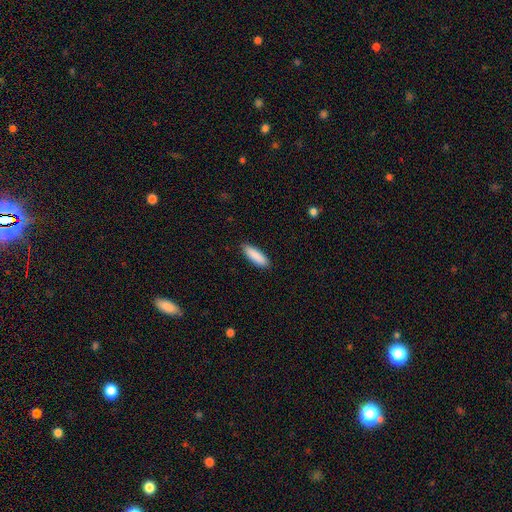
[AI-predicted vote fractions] Morphology: type=smooth (89%); roundness=cigar-shaped (51%); merging=none (89%).